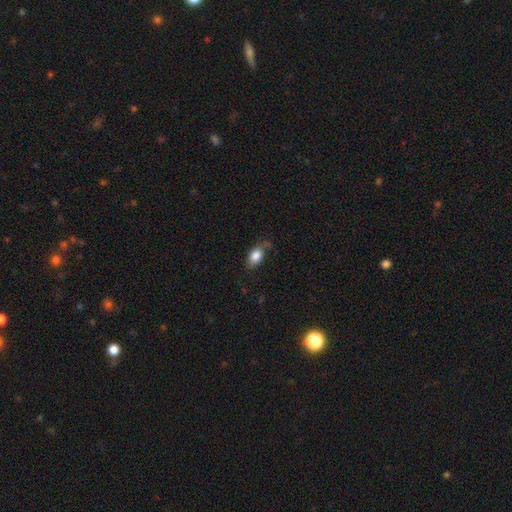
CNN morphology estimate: type=smooth (85%); roundness=in between (87%); merging=none (62%).